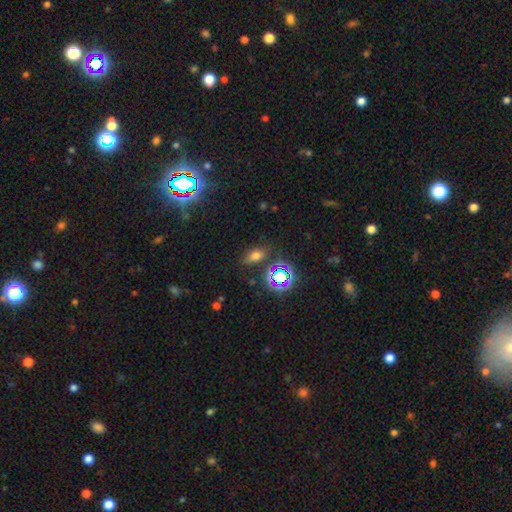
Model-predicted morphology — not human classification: smooth 65%, star or artifact 26%, featured or disk 9%. Down the decision tree: how rounded — in between (80%); merging — none (79%).